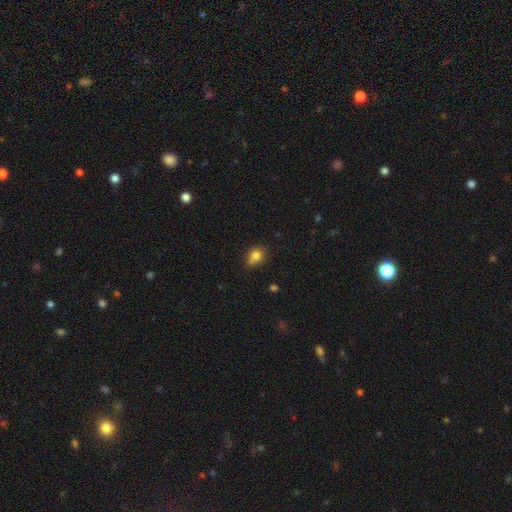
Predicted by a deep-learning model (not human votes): This is likely a smooth galaxy (79%). How rounded: possibly round (54%). Merging: possibly none (56%).